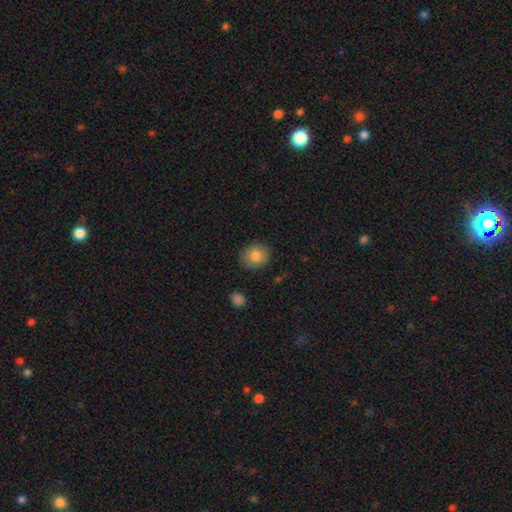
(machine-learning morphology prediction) Smooth or featured?
  - smooth: 82% *
  - featured or disk: 9%
  - star or artifact: 9%
How rounded?
  - round: 75% *
  - in between: 24%
  - cigar-shaped: 1%
Merging?
  - none: 86% *
  - minor disturbance: 10%
  - major disturbance: 2%
  - merger: 1%